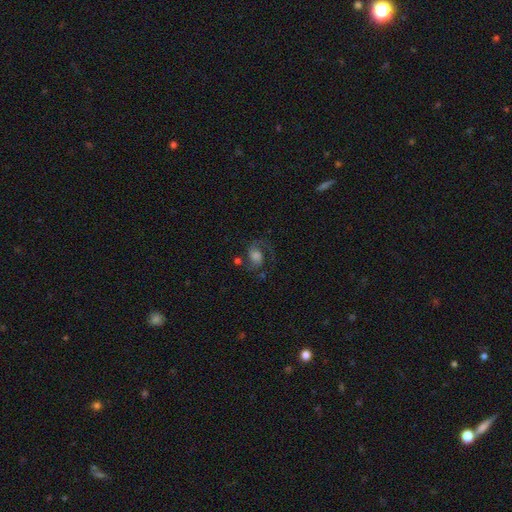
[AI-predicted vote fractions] This appears to be a featured or disk galaxy (69%) with no bar (60%), 2 (77%) medium (50%) spiral arms (93%) and a moderate central bulge (34%). Merging: none (60%).